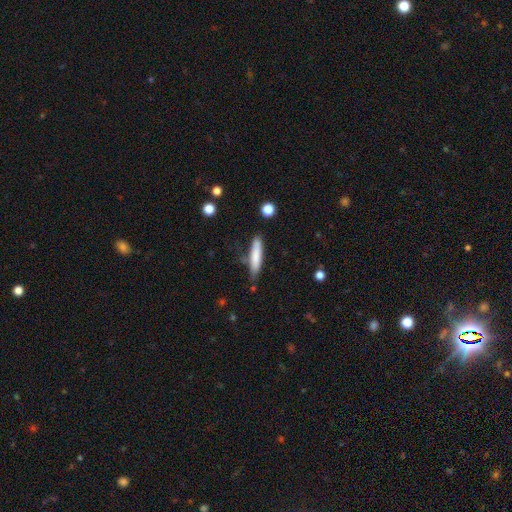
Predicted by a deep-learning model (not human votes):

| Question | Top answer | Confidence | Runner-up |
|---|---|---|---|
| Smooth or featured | smooth | 77% | featured or disk (17%) |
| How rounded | cigar-shaped | 84% | in between (15%) |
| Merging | none | 71% | minor disturbance (21%) |